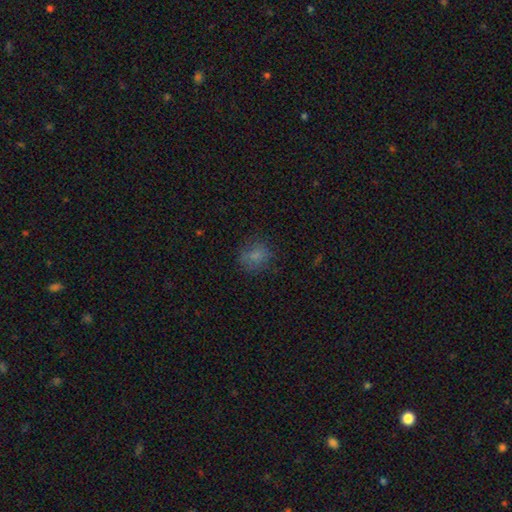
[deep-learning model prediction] smooth-or-featured: smooth: 73% | star or artifact: 14% | featured or disk: 12%
  how-rounded: round: 72% | in between: 27% | cigar-shaped: 1%
  merging: none: 72% | minor disturbance: 18% | major disturbance: 8% | merger: 2%